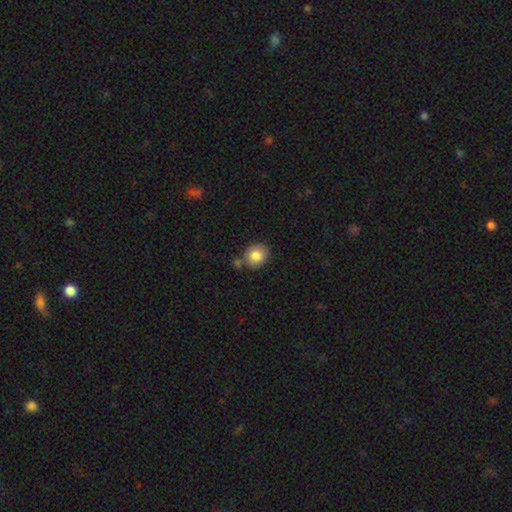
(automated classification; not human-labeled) Smooth or featured? Predicted: smooth (p=0.84). How rounded? Predicted: round (p=0.74). Merging? Predicted: none (p=0.73).